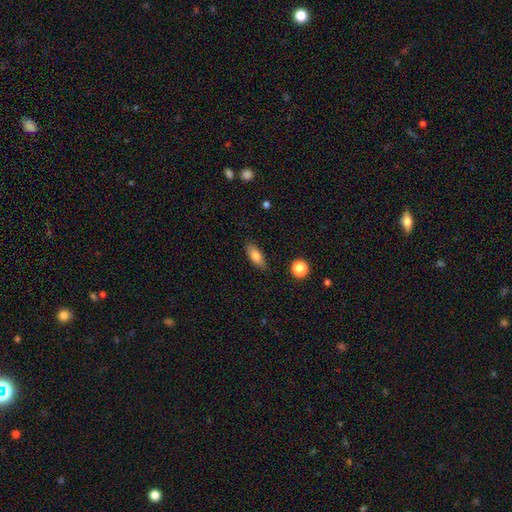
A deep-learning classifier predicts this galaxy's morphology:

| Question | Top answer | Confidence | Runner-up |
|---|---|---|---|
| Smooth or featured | smooth | 79% | featured or disk (13%) |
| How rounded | in between | 72% | cigar-shaped (24%) |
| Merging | none | 85% | minor disturbance (11%) |